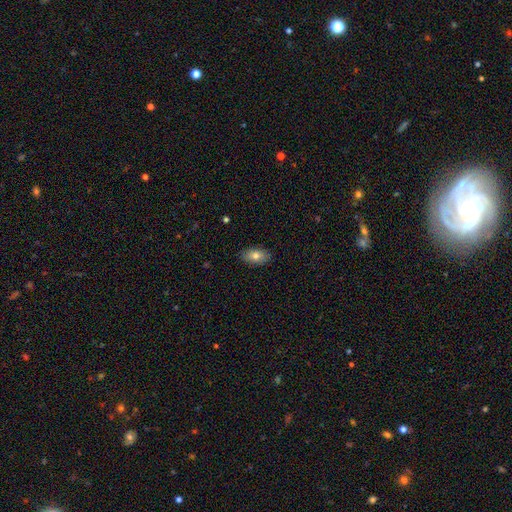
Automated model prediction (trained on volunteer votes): Smooth or featured? smooth (77%)
How rounded? in between (91%)
Merging? none (87%)